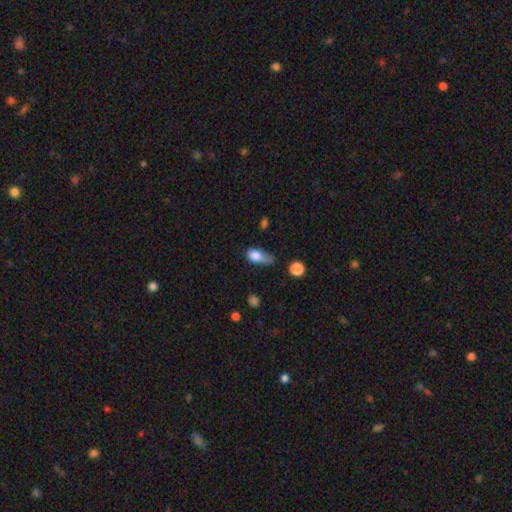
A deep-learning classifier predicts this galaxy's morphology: smooth 78%, featured or disk 13%, star or artifact 9%. Down the decision tree: how rounded — in between (81%); merging — minor disturbance (39%).